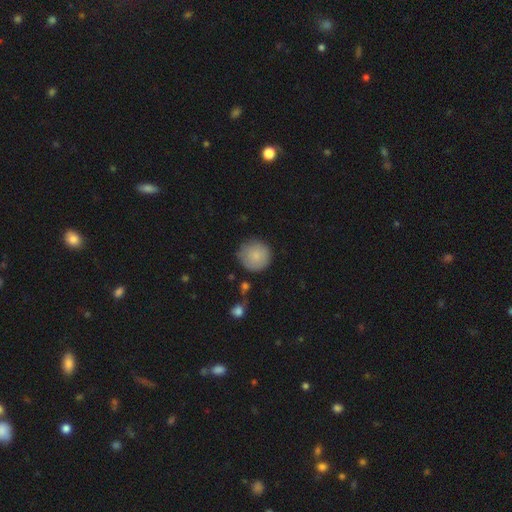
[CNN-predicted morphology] This appears to be a smooth galaxy with no disk features (85%) that is round (95%). Merging: none (79%).